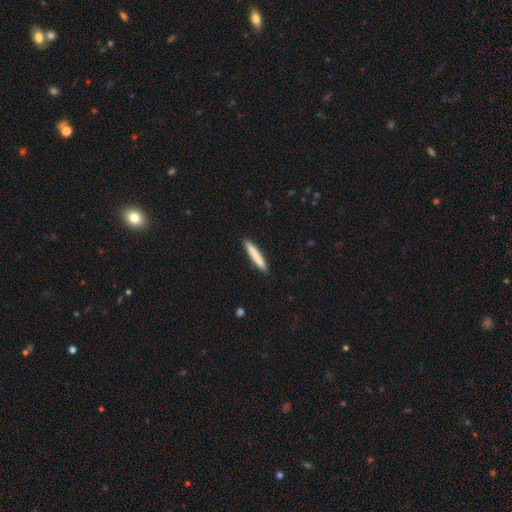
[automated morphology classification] Overall: smooth (79%). How rounded: cigar-shaped (95%). Merging: none (92%).